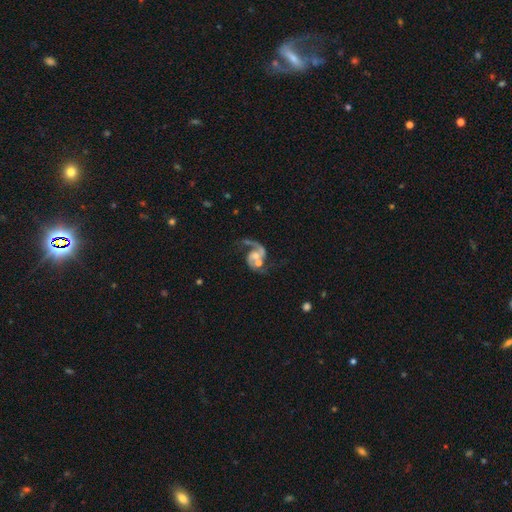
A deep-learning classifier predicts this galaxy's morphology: smooth_or_featured: featured or disk (p=0.87) [alt: smooth p=0.07]
disk_edge_on: no (p=0.98) [alt: yes p=0.02]
bar: no (p=0.59) [alt: weak p=0.31]
has_spiral_arms: yes (p=0.96) [alt: no p=0.04]
spiral_winding: loose (p=0.48) [alt: medium p=0.43]
spiral_arm_count: 2 (p=0.81) [alt: 1 p=0.14]
bulge_size: moderate (p=0.57) [alt: small p=0.30]
merging: none (p=0.43) [alt: merger p=0.27]